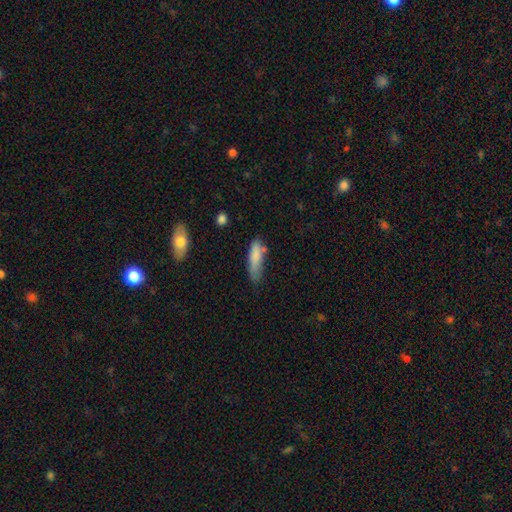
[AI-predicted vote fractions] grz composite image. It shows a smooth galaxy with no disk features (81%) that is cigar-shaped (56%). Merging: none (49%).